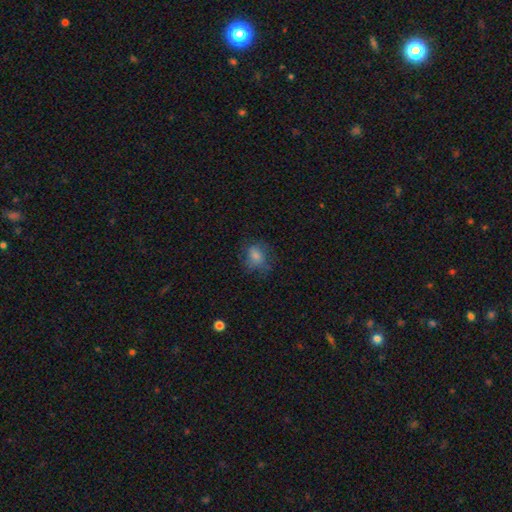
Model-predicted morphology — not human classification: Smooth or featured: smooth — 65% (featured or disk — 20%)
How rounded: round — 57% (in between — 41%)
Merging: none — 63% (minor disturbance — 22%)